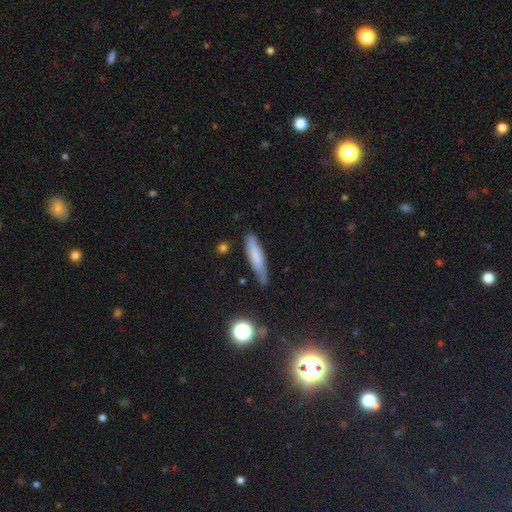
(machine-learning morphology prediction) smooth-or-featured: smooth: 73% | featured or disk: 19% | star or artifact: 8%
  how-rounded: cigar-shaped: 80% | in between: 19% | round: 2%
  merging: none: 73% | minor disturbance: 20% | major disturbance: 4% | merger: 2%